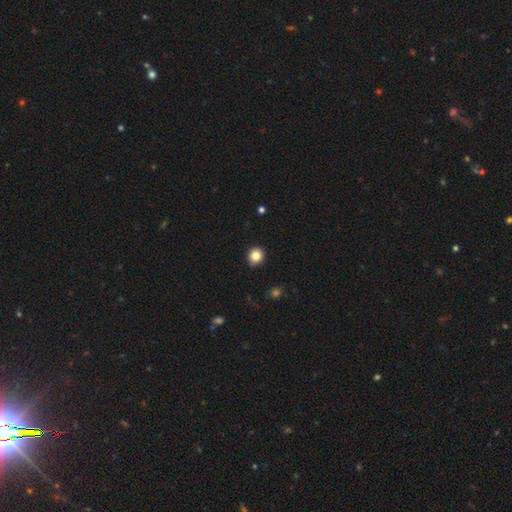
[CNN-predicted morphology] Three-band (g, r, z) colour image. It shows a smooth galaxy with no disk features (83%) that is round (87%). Merging: none (90%).